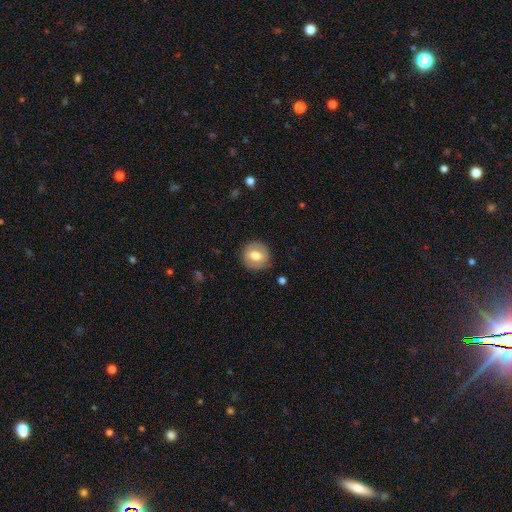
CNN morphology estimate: The model was most divided on "smooth or featured": smooth: 60%, featured or disk: 33%, star or artifact: 7%. More confident: merging — none (87%); how rounded — round (86%).